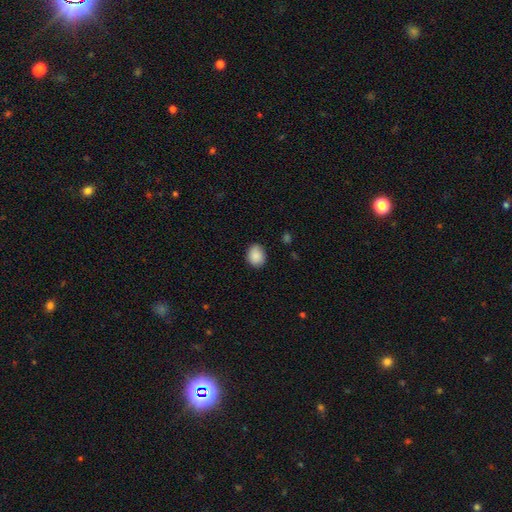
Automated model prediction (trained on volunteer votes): Q: Smooth or featured?
A: smooth (89%); runner-up: star or artifact (8%)
Q: How rounded?
A: round (53%); runner-up: in between (46%)
Q: Merging?
A: none (84%); runner-up: minor disturbance (12%)